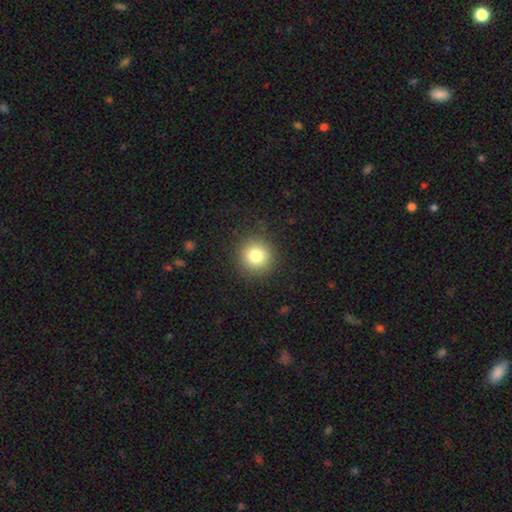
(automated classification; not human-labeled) Smooth or featured? smooth (81%)
How rounded? round (93%)
Merging? none (90%)